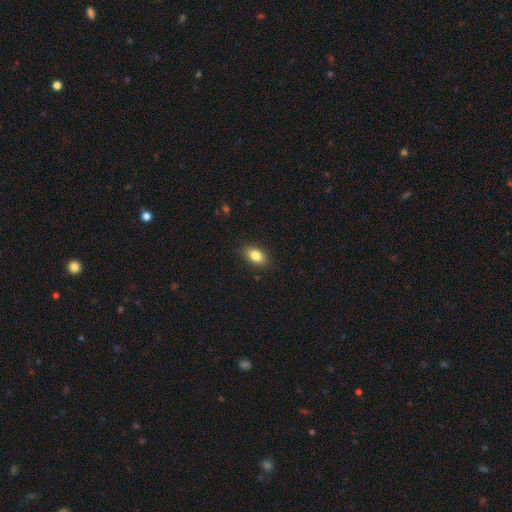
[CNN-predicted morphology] Smooth or featured? Predicted: smooth (p=0.85). How rounded? Predicted: in between (p=0.88). Merging? Predicted: none (p=0.88).